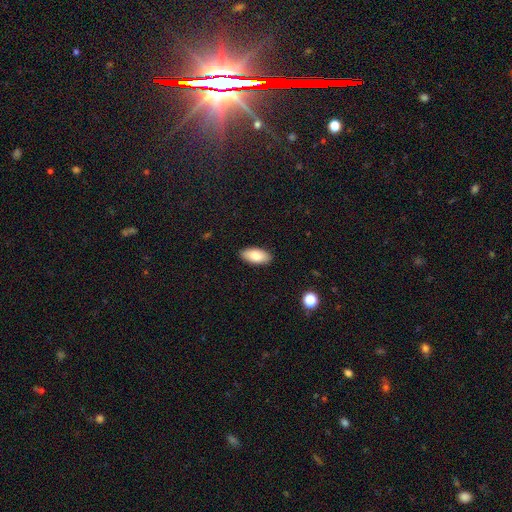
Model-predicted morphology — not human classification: A smooth galaxy with no disk features (84%) that is in between round and cigar-shaped (92%).

Vote fractions:
- Smooth or featured? smooth: 84% / featured or disk: 10% / star or artifact: 6%
- How rounded? in between: 92% / cigar-shaped: 5% / round: 2%
- Merging? none: 89% / minor disturbance: 8% / major disturbance: 2% / merger: 1%